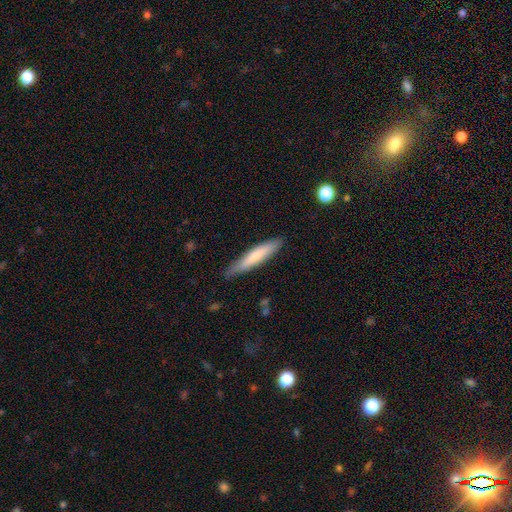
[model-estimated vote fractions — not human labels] Morphology: type=smooth (69%); roundness=cigar-shaped (89%); merging=none (83%).